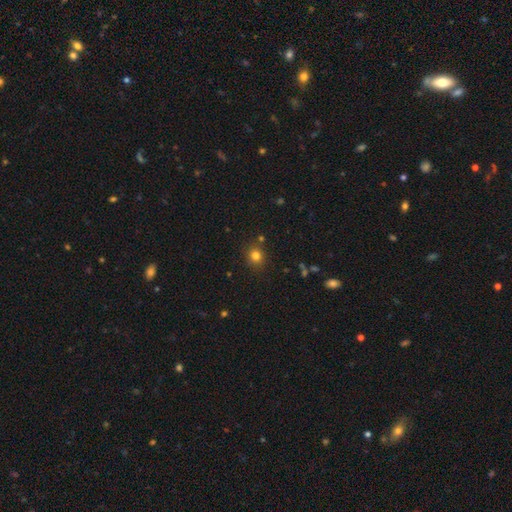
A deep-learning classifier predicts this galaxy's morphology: Smooth or featured?
  - smooth: 79% *
  - star or artifact: 15%
  - featured or disk: 6%
How rounded?
  - round: 83% *
  - in between: 16%
  - cigar-shaped: 1%
Merging?
  - none: 84% *
  - minor disturbance: 9%
  - merger: 4%
  - major disturbance: 3%